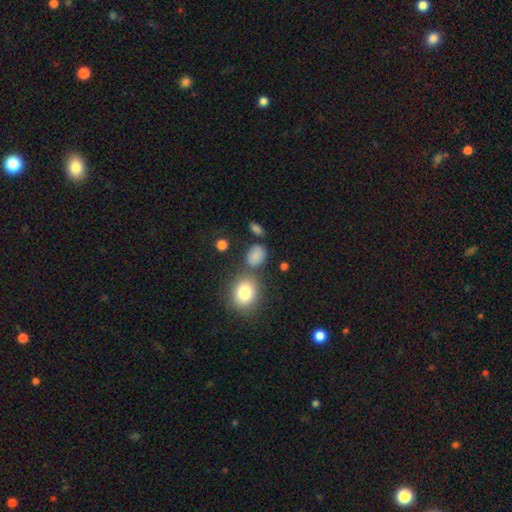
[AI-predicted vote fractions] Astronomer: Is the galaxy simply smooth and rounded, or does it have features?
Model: smooth — 81%.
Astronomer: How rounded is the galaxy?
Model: in between — 64%.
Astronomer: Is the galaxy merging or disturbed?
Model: none — 67%.